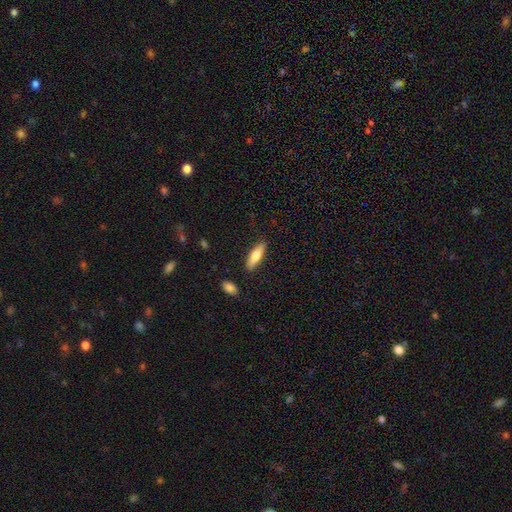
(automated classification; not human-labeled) This appears to be a smooth galaxy with no disk features (71%) that is cigar-shaped (53%). Merging: none (84%).